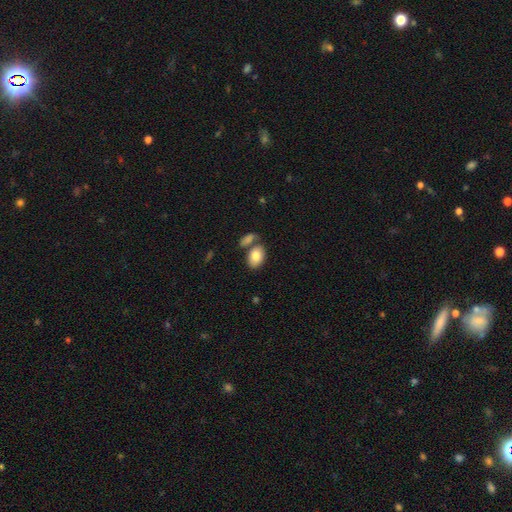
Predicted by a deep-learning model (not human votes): Overall: smooth (82%). How rounded: in between (86%). Merging: none (56%; merger 27%).